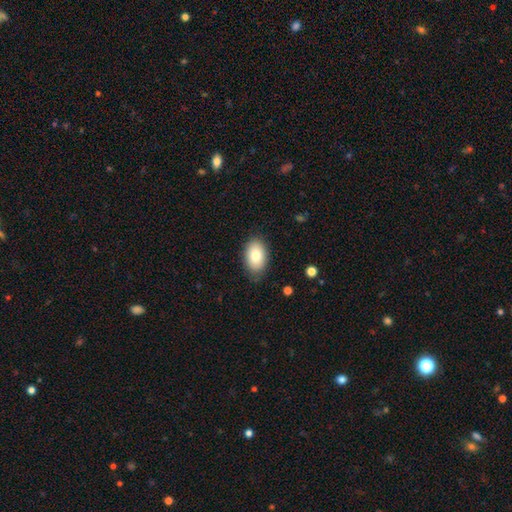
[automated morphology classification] smooth-or-featured: smooth: 82% | featured or disk: 10% | star or artifact: 7%
  how-rounded: in between: 91% | round: 7% | cigar-shaped: 1%
  merging: none: 82% | minor disturbance: 14% | major disturbance: 3% | merger: 1%